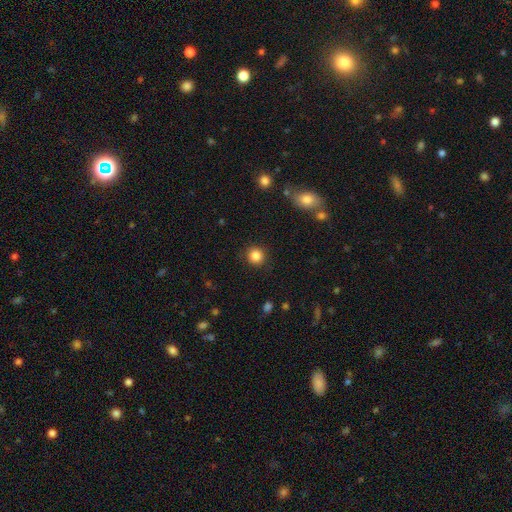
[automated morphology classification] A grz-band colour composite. It shows a smooth galaxy with no disk features (86%) that is round (91%). Merging: none (90%).